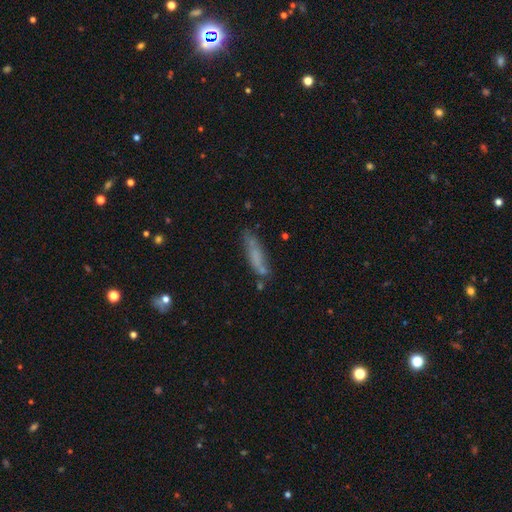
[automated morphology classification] This is likely a smooth galaxy (60%). How rounded: likely cigar-shaped (73%). Merging: possibly none (59%).